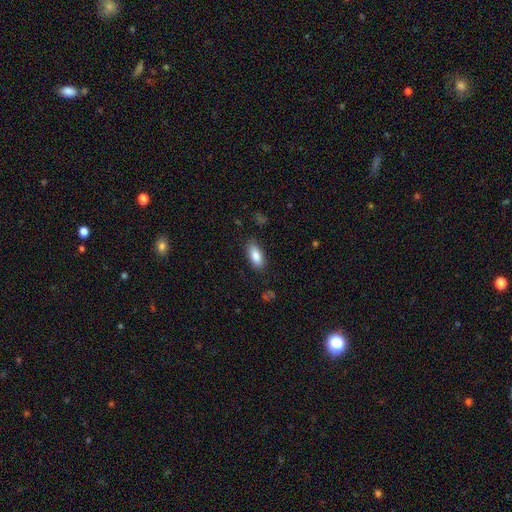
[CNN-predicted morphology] Overall: smooth (86%). How rounded: in between (86%). Merging: none (85%).